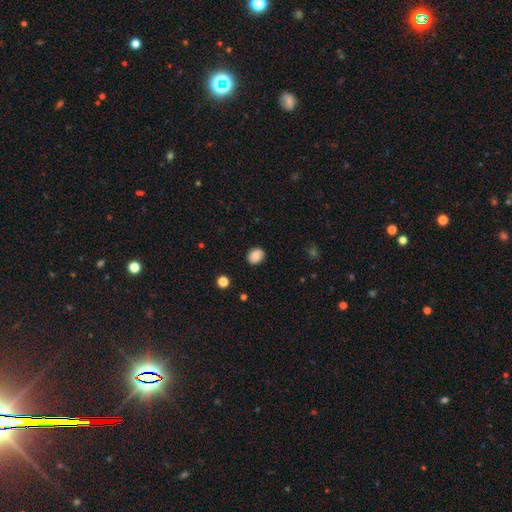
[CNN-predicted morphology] This is clearly a smooth galaxy (83%). How rounded: possibly round (58%). Merging: clearly none (83%).